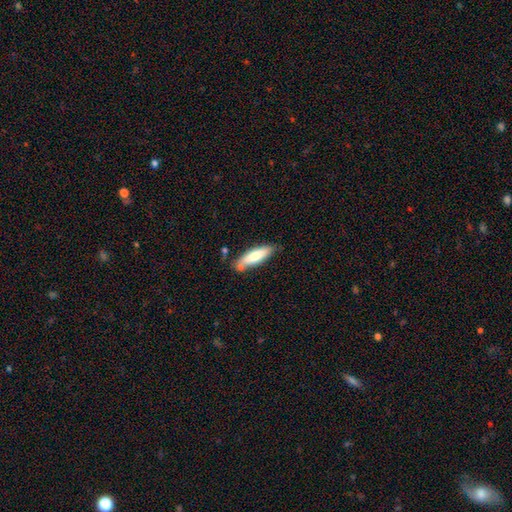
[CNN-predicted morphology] Smooth or featured? Predicted: smooth (p=0.76). How rounded? Predicted: cigar-shaped (p=0.60). Merging? Predicted: none (p=0.67).